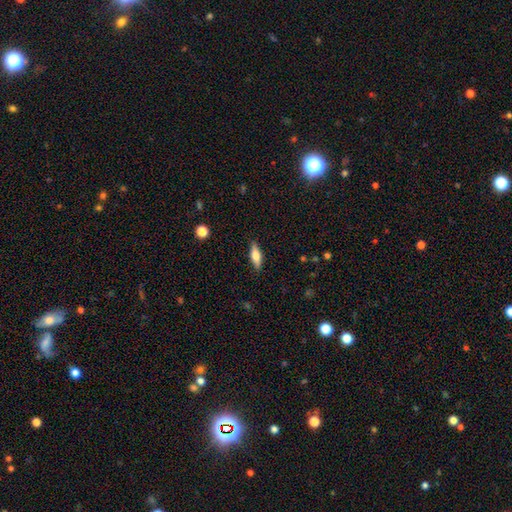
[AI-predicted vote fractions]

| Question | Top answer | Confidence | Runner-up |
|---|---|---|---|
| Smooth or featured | smooth | 55% | featured or disk (38%) |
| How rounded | in between | 55% | cigar-shaped (42%) |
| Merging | none | 87% | minor disturbance (10%) |